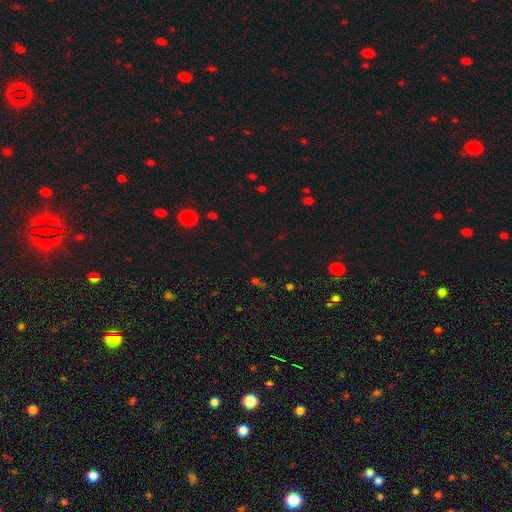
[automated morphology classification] This is possibly a star or artifact rather than a galaxy (58%).